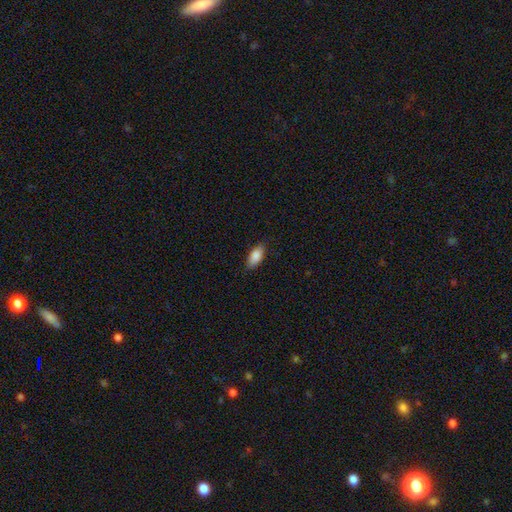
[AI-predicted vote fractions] smooth 87%, star or artifact 6%, featured or disk 6%. Down the decision tree: how rounded — in between (89%); merging — none (84%).